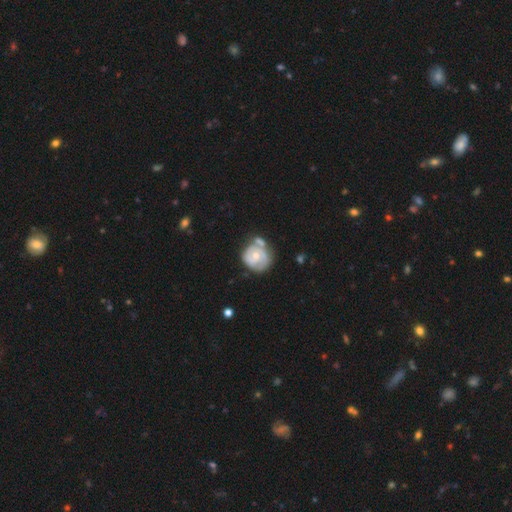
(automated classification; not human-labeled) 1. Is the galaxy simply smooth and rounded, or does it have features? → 66% featured or disk, 28% smooth, 6% star or artifact.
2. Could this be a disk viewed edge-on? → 98% no, 2% yes.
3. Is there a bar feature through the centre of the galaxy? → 74% no, 22% weak, 4% strong.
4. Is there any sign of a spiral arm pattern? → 75% yes, 25% no.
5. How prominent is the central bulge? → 51% moderate, 44% small, 2% large, 2% none, 1% dominant.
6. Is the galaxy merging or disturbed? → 46% none, 23% minor disturbance, 21% merger, 11% major disturbance.